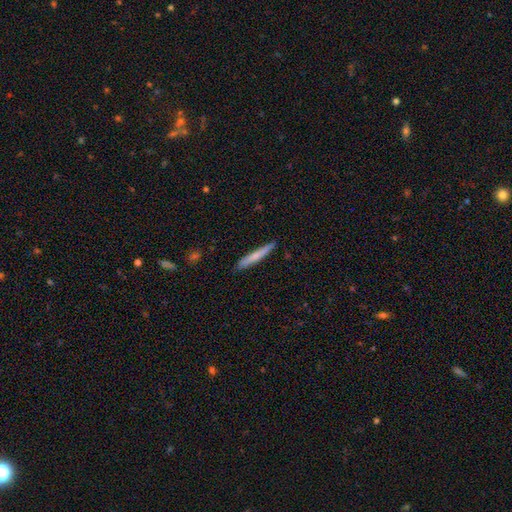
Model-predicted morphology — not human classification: The model was most divided on "smooth or featured": smooth: 65%, featured or disk: 29%, star or artifact: 6%. More confident: how rounded — cigar-shaped (96%); merging — none (88%).